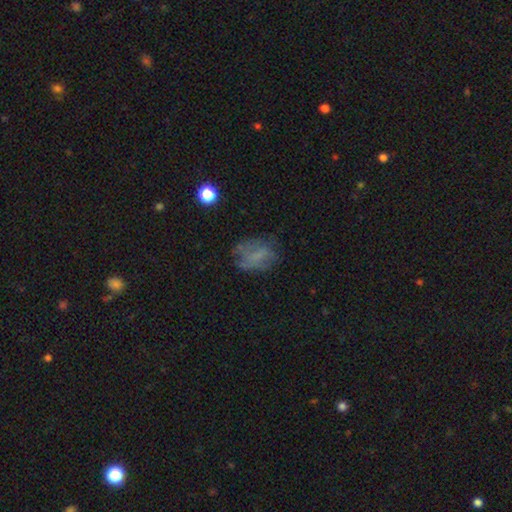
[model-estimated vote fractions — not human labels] smooth_or_featured: smooth (p=0.44) [alt: featured or disk p=0.39]
merging: none (p=0.55) [alt: minor disturbance p=0.23]